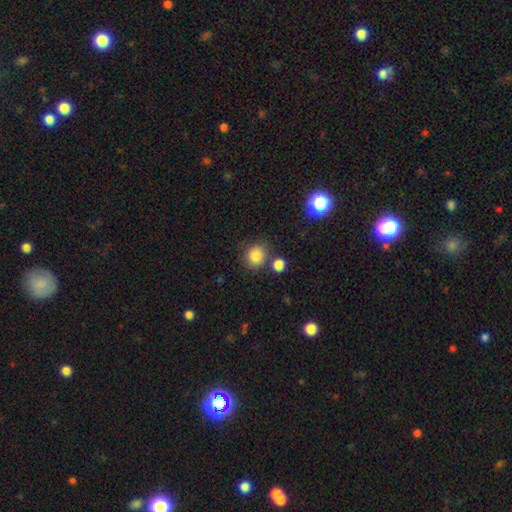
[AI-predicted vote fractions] Overall: smooth (83%). How rounded: round (84%). Merging: none (77%).